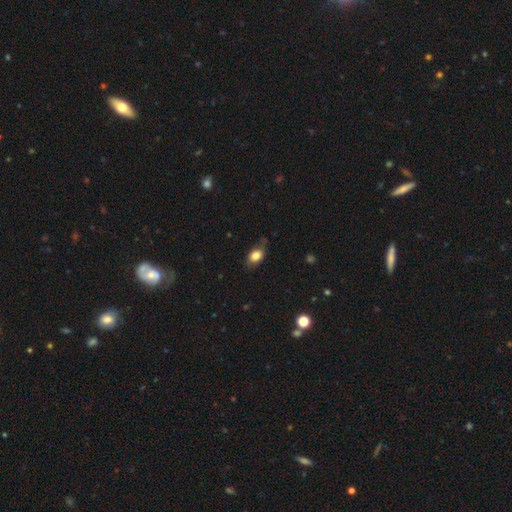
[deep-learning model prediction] A smooth galaxy with no disk features (82%) that is in between round and cigar-shaped (78%).

Vote fractions:
- Smooth or featured? smooth: 82% / featured or disk: 9% / star or artifact: 9%
- How rounded? in between: 78% / round: 20% / cigar-shaped: 2%
- Merging? none: 65% / minor disturbance: 26% / major disturbance: 7% / merger: 2%